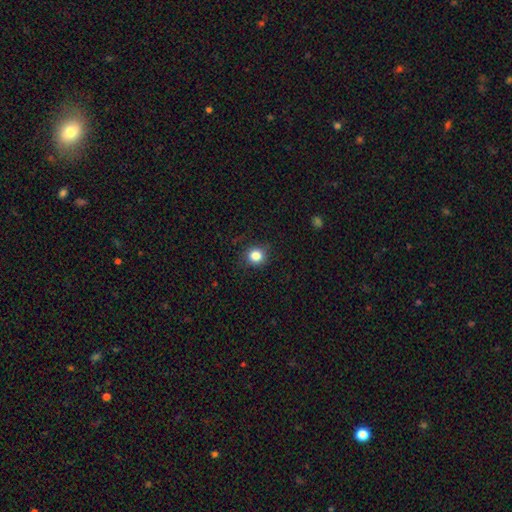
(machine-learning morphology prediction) smooth-or-featured: smooth: 84% | star or artifact: 11% | featured or disk: 5%
  how-rounded: round: 87% | in between: 12% | cigar-shaped: 1%
  merging: none: 87% | minor disturbance: 9% | major disturbance: 3% | merger: 1%